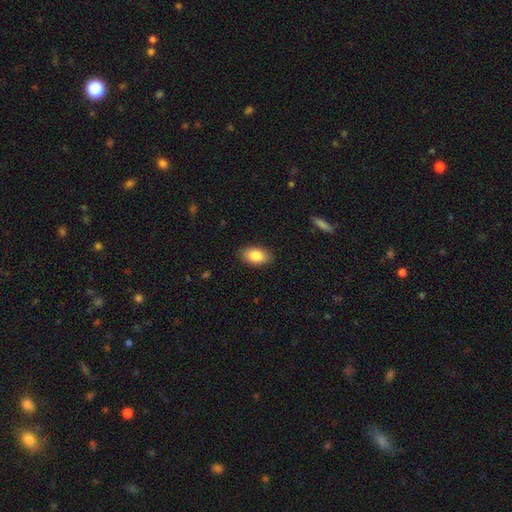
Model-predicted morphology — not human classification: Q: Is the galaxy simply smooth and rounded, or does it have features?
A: smooth — 86%.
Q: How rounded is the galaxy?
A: in between — 92%.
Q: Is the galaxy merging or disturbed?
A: none — 89%.